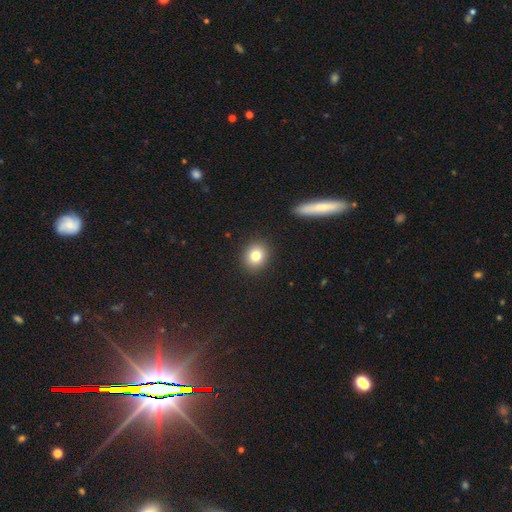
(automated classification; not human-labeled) The model was most divided on "how rounded": round: 74%, in between: 25%, cigar-shaped: 1%. More confident: merging — none (90%); smooth or featured — smooth (81%).